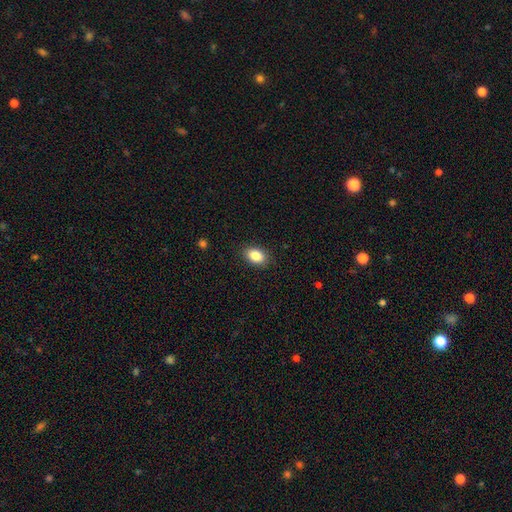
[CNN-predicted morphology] Smooth or featured? Predicted: smooth (p=0.86). How rounded? Predicted: in between (p=0.87). Merging? Predicted: none (p=0.88).